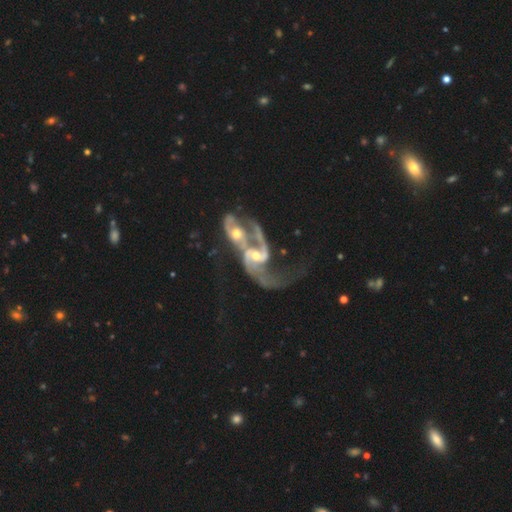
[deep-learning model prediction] A featured or disk galaxy (88%) with no bar (43%), 2 (81%) loose (58%) spiral arms (94%) and a moderate central bulge (58%). Merging: merger (82%).